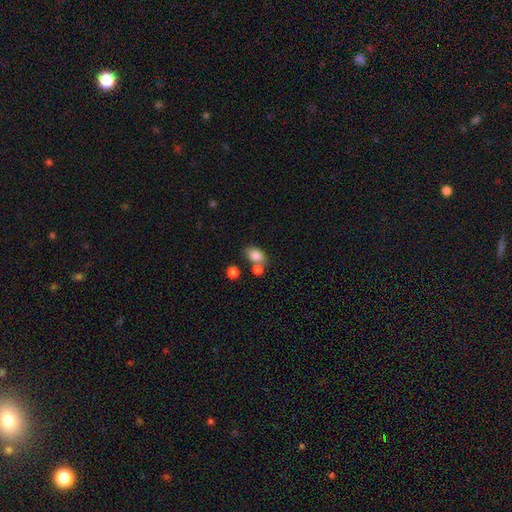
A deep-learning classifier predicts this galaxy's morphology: Smooth or featured?
  - smooth: 83% *
  - star or artifact: 9%
  - featured or disk: 8%
How rounded?
  - in between: 72% *
  - round: 26%
  - cigar-shaped: 1%
Merging?
  - none: 54% *
  - merger: 27%
  - minor disturbance: 14%
  - major disturbance: 5%